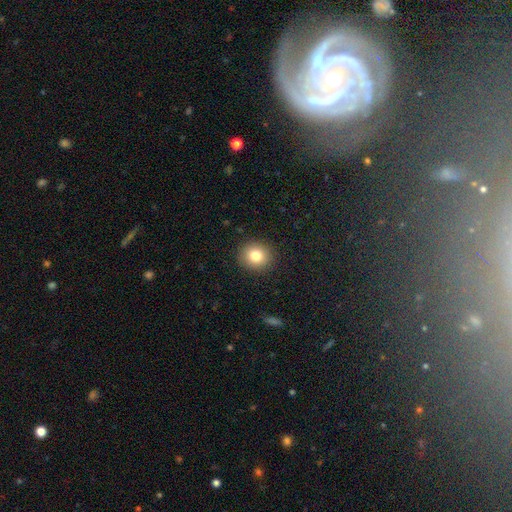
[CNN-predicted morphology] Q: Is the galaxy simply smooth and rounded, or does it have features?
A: smooth — 81%.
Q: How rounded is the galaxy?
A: round — 84%.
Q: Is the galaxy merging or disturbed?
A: none — 90%.